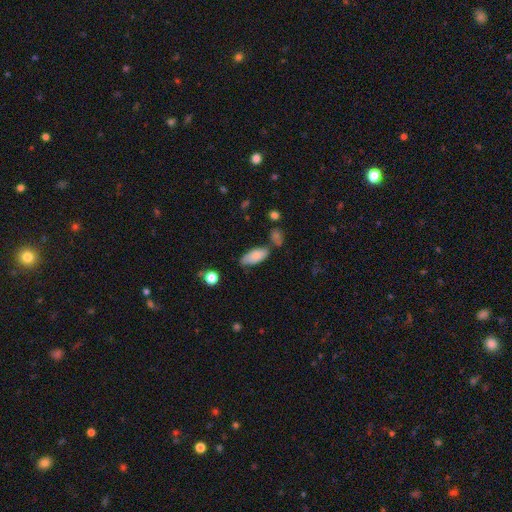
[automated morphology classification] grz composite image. It shows a smooth galaxy with no disk features (77%) that is in between round and cigar-shaped (86%). Merging: none (59%).